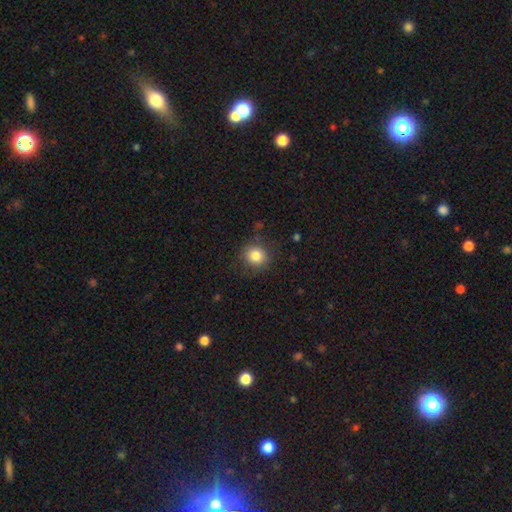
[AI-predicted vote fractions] Morphology: type=smooth (83%); roundness=round (86%); merging=none (83%).